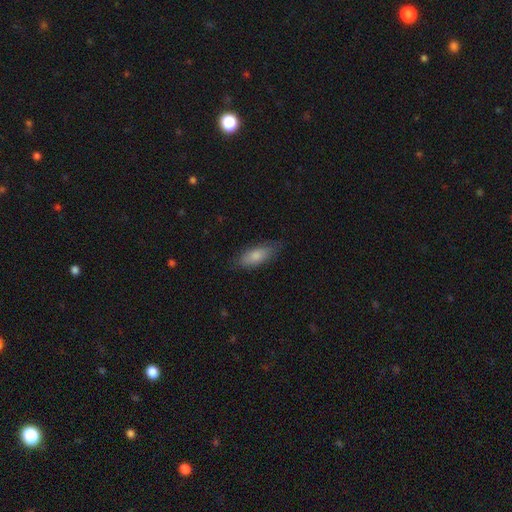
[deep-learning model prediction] Morphology: type=smooth (80%); roundness=in between (79%); merging=none (74%).